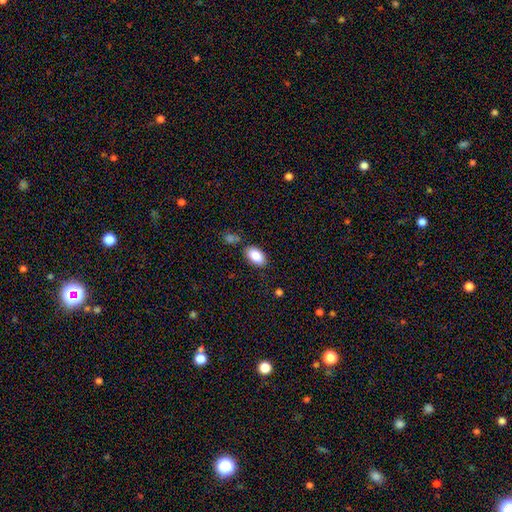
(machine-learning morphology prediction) Smooth or featured?
  - smooth: 89% *
  - star or artifact: 7%
  - featured or disk: 5%
How rounded?
  - in between: 94% *
  - round: 4%
  - cigar-shaped: 2%
Merging?
  - none: 79% *
  - minor disturbance: 12%
  - merger: 6%
  - major disturbance: 3%